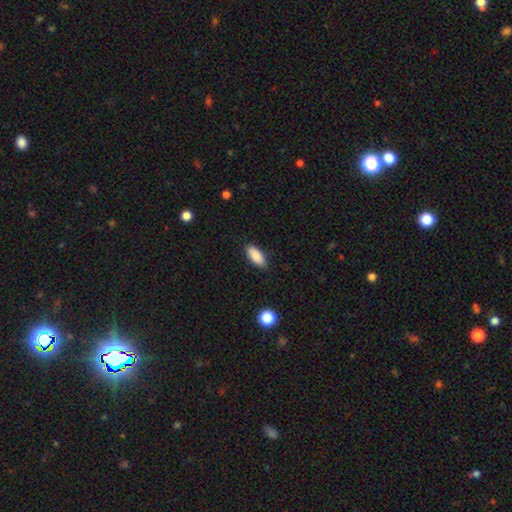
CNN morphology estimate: Smooth or featured? smooth (88%)
How rounded? in between (87%)
Merging? none (85%)